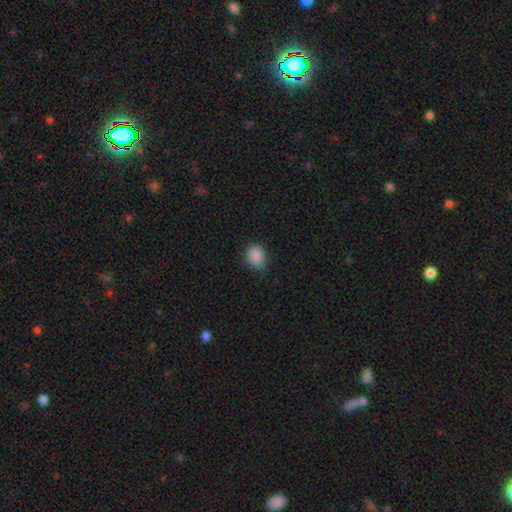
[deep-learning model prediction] Smooth or featured: smooth — 87% (star or artifact — 10%)
How rounded: round — 55% (in between — 44%)
Merging: none — 71% (minor disturbance — 24%)